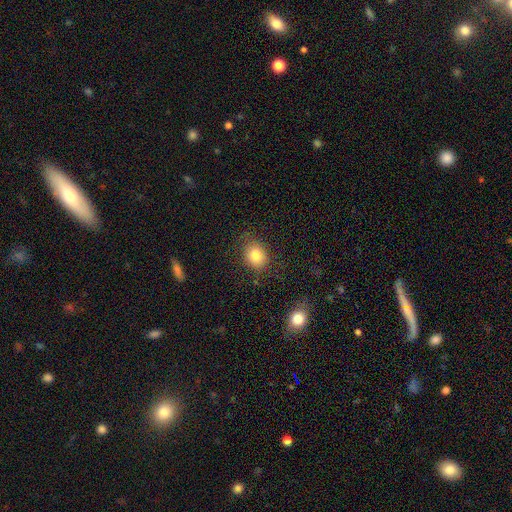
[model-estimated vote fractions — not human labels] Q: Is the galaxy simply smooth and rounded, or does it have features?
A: smooth — 82%.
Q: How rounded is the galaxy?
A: round — 56%.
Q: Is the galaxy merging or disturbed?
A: none — 80%.